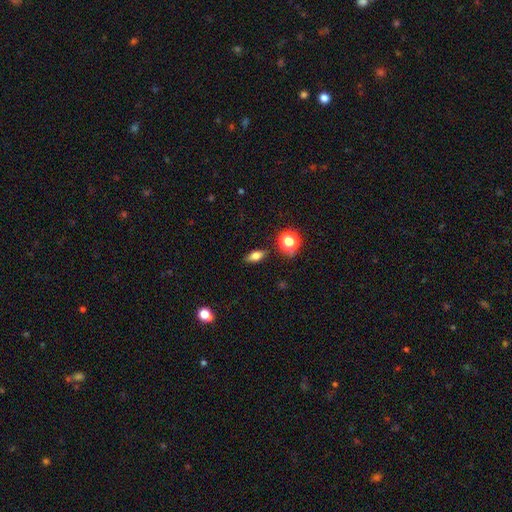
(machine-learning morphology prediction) Overall: smooth (67%). How rounded: in between (71%). Merging: none (86%).